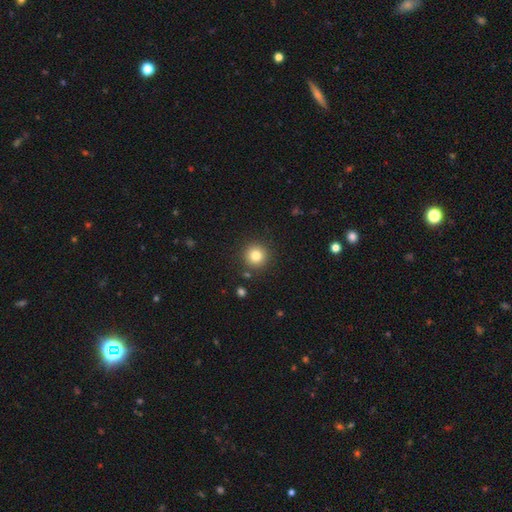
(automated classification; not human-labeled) smooth_or_featured: smooth (p=0.81) [alt: star or artifact p=0.12]
how_rounded: round (p=0.95) [alt: in between p=0.04]
merging: none (p=0.89) [alt: minor disturbance p=0.06]